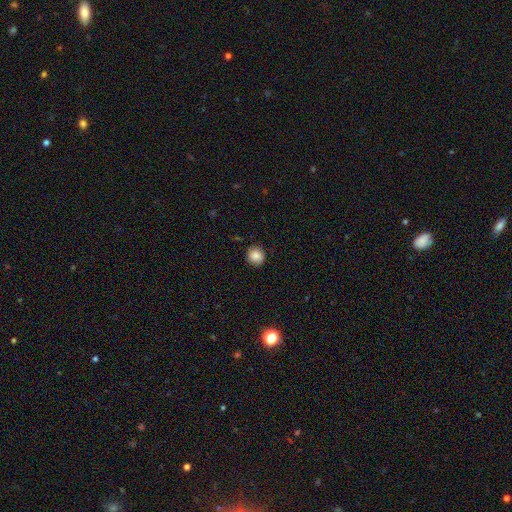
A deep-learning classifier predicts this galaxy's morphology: smooth 84%, star or artifact 10%, featured or disk 6%. Down the decision tree: how rounded — round (88%); merging — none (87%).